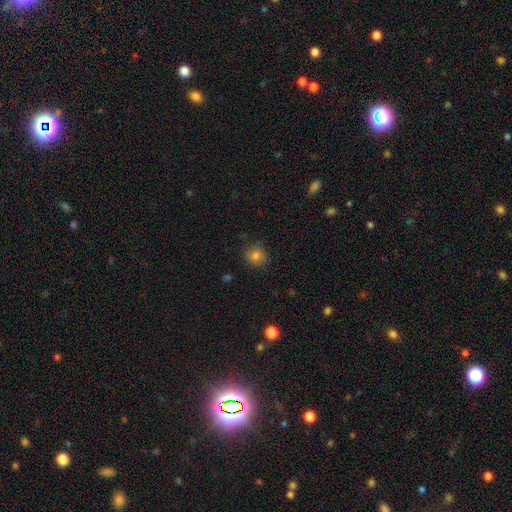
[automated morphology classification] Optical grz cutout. It shows a smooth galaxy with no disk features (81%) that is round (84%). Merging: none (83%).